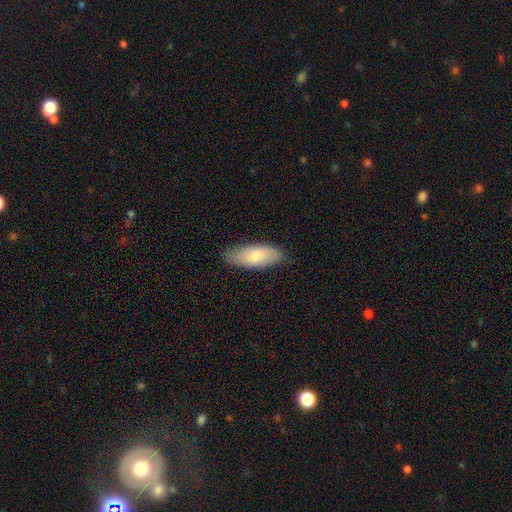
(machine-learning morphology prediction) This is likely a smooth galaxy (78%). How rounded: clearly in between (83%). Merging: clearly none (82%).